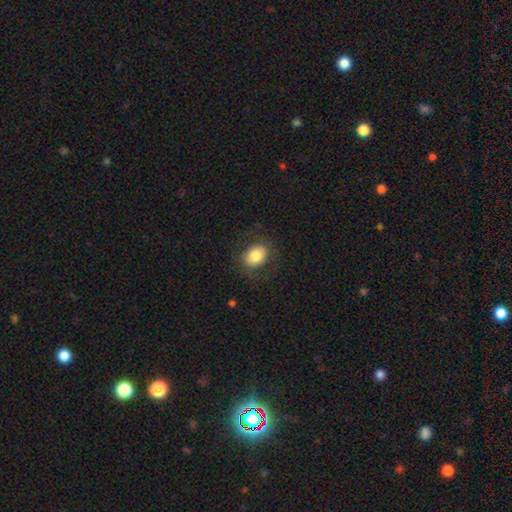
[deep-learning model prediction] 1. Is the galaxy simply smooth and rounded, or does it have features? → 80% smooth, 11% featured or disk, 9% star or artifact.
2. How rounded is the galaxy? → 58% in between, 41% round, 1% cigar-shaped.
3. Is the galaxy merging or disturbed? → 81% none, 12% minor disturbance, 6% major disturbance, 1% merger.